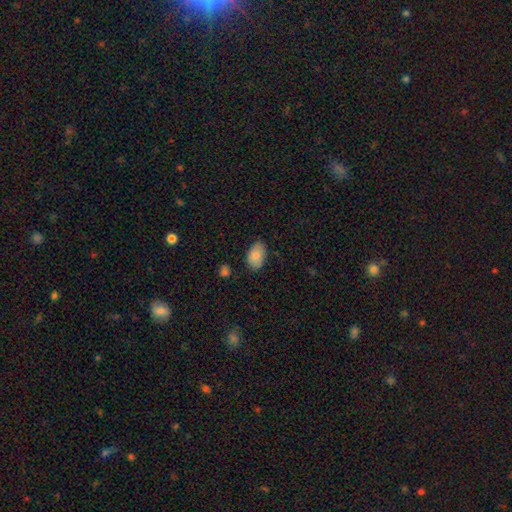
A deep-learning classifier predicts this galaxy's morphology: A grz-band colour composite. It shows a smooth galaxy with no disk features (83%) that is in between round and cigar-shaped (91%). Merging: none (78%).